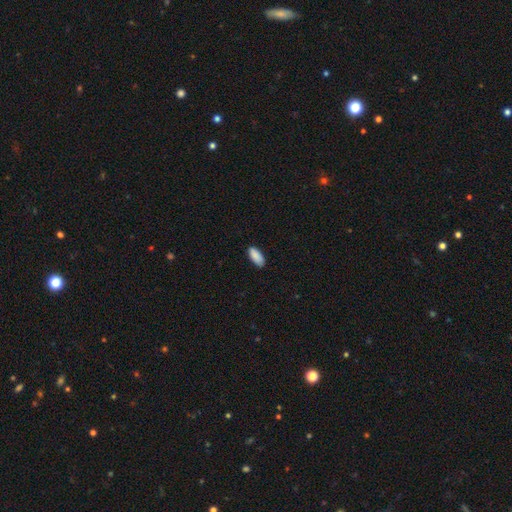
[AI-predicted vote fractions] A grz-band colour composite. It shows a smooth galaxy with no disk features (91%) that is in between round and cigar-shaped (87%). Merging: none (87%).